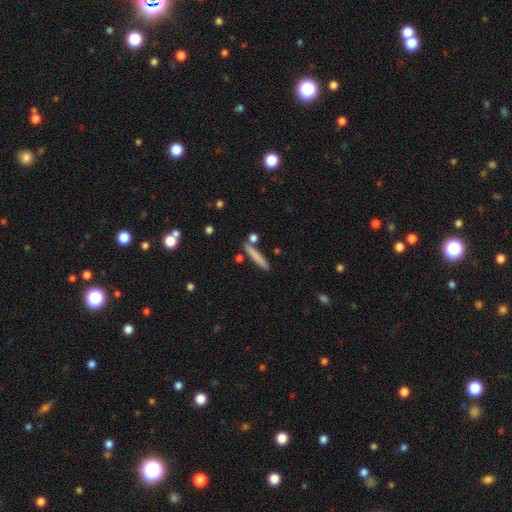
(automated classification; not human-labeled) Smooth or featured? smooth (76%)
How rounded? cigar-shaped (92%)
Merging? none (80%)